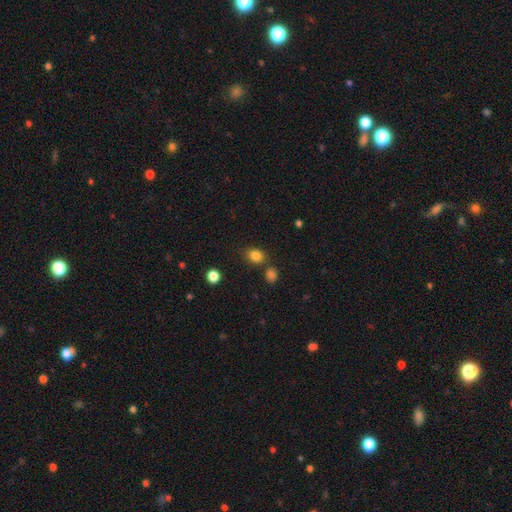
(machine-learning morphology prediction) smooth 83%, star or artifact 12%, featured or disk 5%. Down the decision tree: how rounded — round (53%); merging — none (74%).